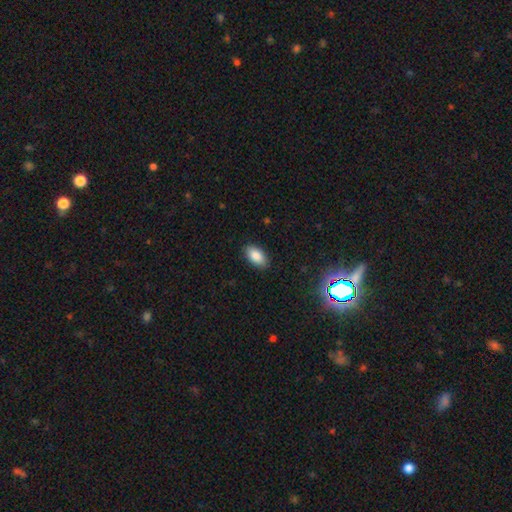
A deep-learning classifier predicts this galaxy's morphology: smooth 87%, star or artifact 8%, featured or disk 6%. Down the decision tree: how rounded — in between (94%); merging — none (87%).